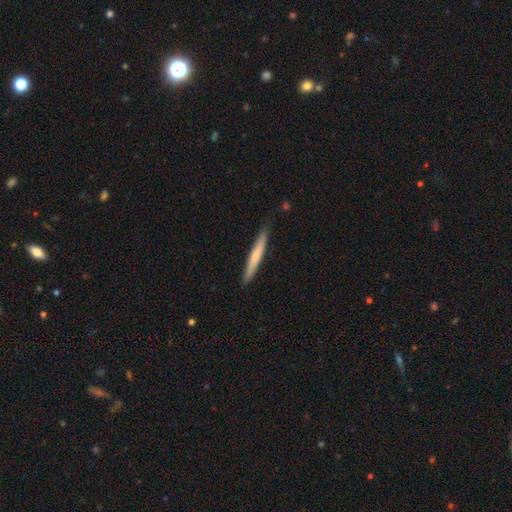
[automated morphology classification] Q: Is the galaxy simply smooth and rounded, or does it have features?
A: smooth — 61%.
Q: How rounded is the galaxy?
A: cigar-shaped — 96%.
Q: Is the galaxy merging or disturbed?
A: none — 87%.